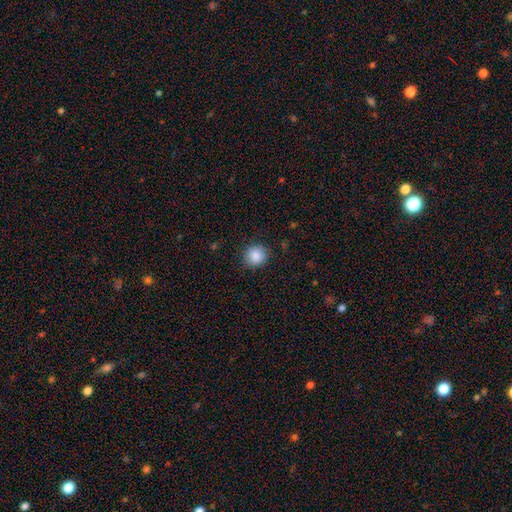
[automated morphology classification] smooth 87%, star or artifact 9%, featured or disk 5%. Down the decision tree: how rounded — round (88%); merging — none (85%).